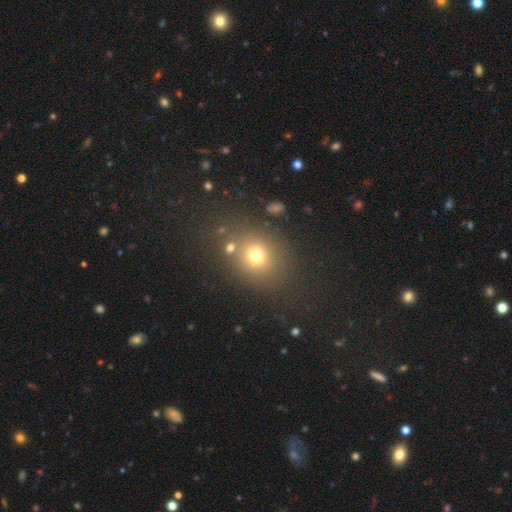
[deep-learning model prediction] The model was most divided on "how rounded": round: 72%, in between: 27%, cigar-shaped: 1%. More confident: merging — none (73%); smooth or featured — smooth (71%).